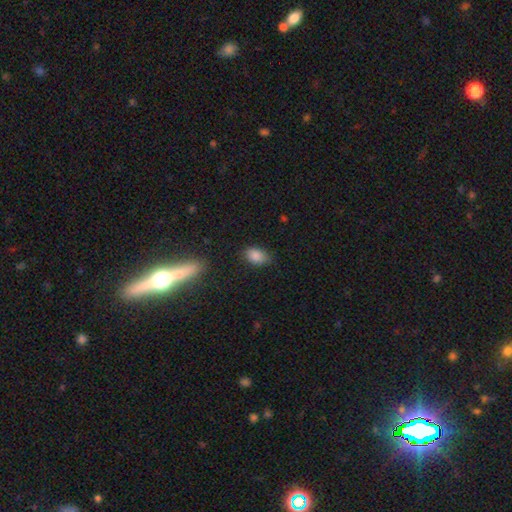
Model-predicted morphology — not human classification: Overall: smooth (86%). How rounded: in between (87%). Merging: none (82%).